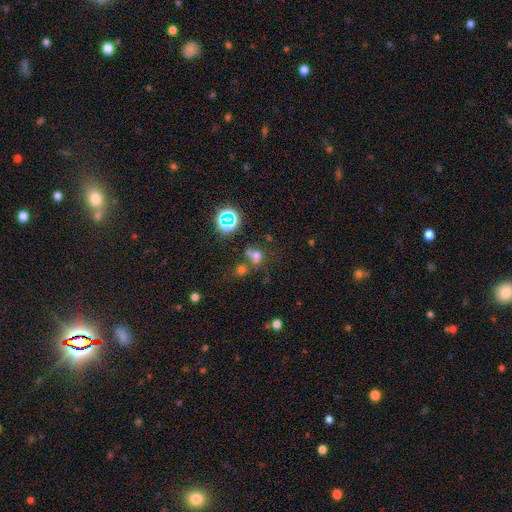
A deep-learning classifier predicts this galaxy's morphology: Smooth or featured: smooth — 59% (star or artifact — 29%)
How rounded: round — 58% (in between — 40%)
Merging: none — 43% (merger — 36%)